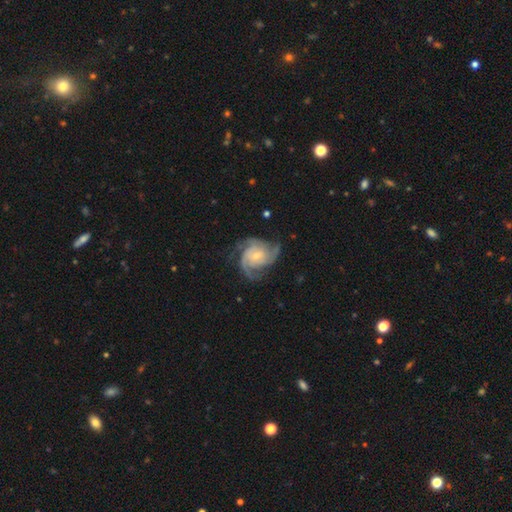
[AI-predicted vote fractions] A featured or disk galaxy (88%) with no bar (67%), 3 (50%) medium (47%) spiral arms (97%) and a small central bulge (61%). Merging: none (65%).